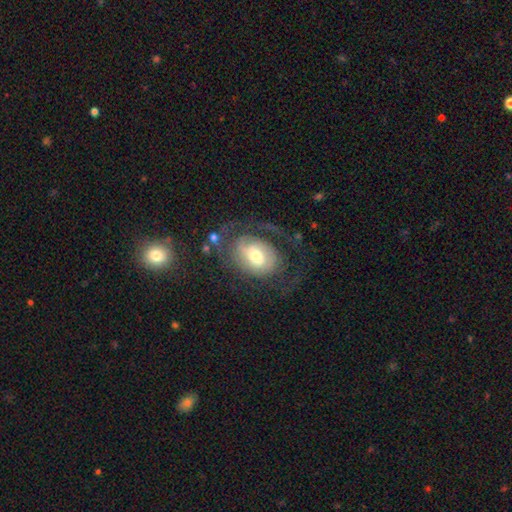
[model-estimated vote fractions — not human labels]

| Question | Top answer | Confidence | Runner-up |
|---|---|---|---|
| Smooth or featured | featured or disk | 73% | smooth (20%) |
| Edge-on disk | no | 96% | yes (4%) |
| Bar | weak | 43% | no (42%) |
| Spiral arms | yes | 87% | no (13%) |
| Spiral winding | medium | 40% | tight (38%) |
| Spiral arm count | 2 | 50% | can't tell (22%) |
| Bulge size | moderate | 61% | small (20%) |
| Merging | none | 54% | major disturbance (27%) |